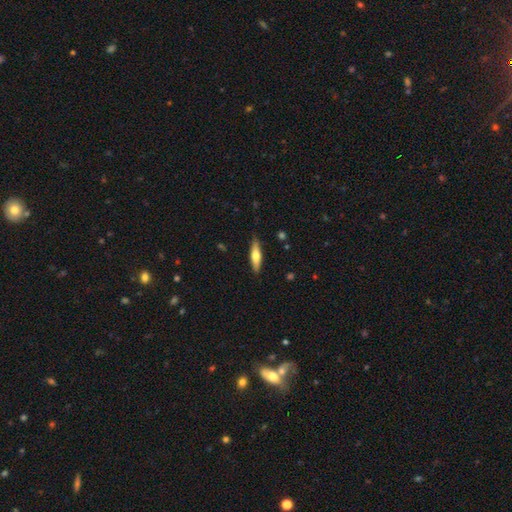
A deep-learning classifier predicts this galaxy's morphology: smooth_or_featured: smooth (p=0.58) [alt: featured or disk p=0.36]
how_rounded: cigar-shaped (p=0.71) [alt: in between p=0.27]
merging: none (p=0.86) [alt: minor disturbance p=0.11]